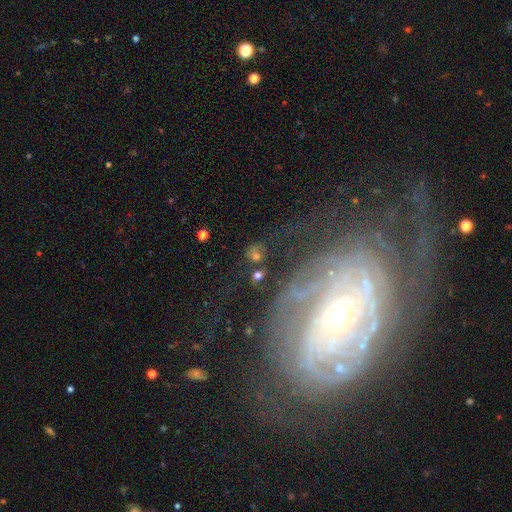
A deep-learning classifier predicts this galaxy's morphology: The model was most divided on "smooth or featured": featured or disk: 45%, smooth: 35%, star or artifact: 20%. More confident: merging — none (66%).